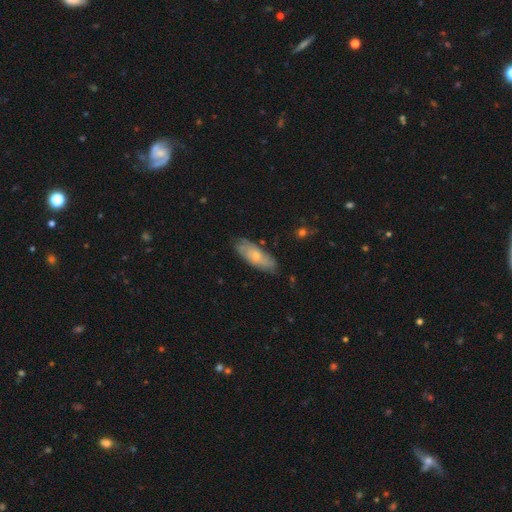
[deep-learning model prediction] This appears to be a featured or disk galaxy (52%). Merging: none (73%).